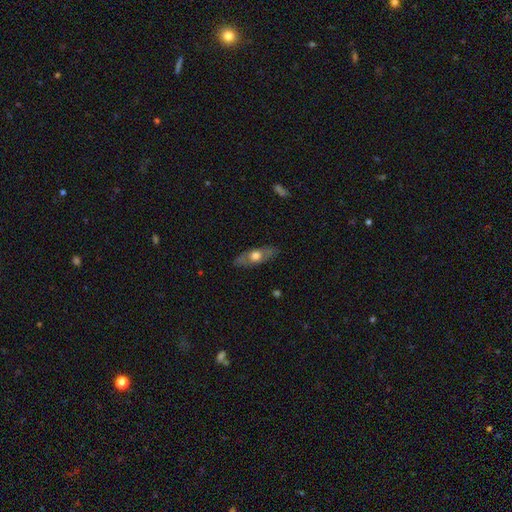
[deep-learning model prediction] The model was most divided on "smooth or featured": smooth: 48%, featured or disk: 46%, star or artifact: 6%. More confident: merging — none (82%).